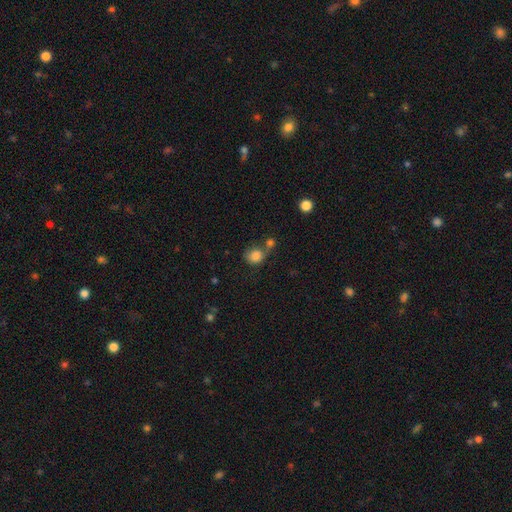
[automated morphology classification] Smooth or featured? smooth (83%)
How rounded? round (74%)
Merging? none (42%)